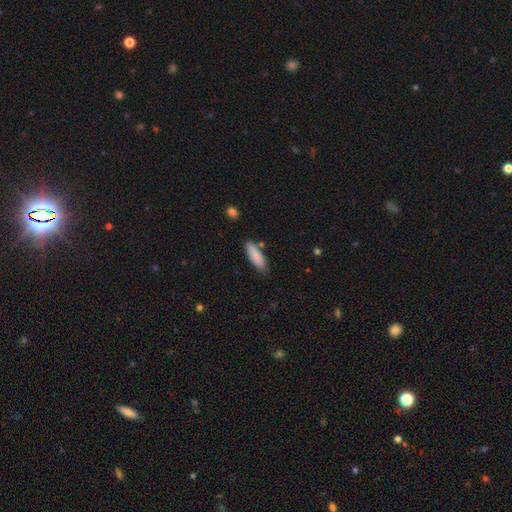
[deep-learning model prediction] smooth 86%, featured or disk 8%, star or artifact 6%. Down the decision tree: how rounded — cigar-shaped (50%); merging — none (81%).